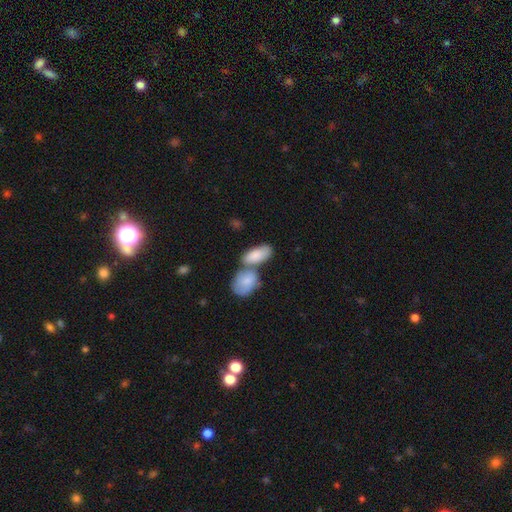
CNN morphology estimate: smooth_or_featured: smooth (p=0.82) [alt: featured or disk p=0.13]
how_rounded: in between (p=0.89) [alt: cigar-shaped p=0.07]
merging: merger (p=0.53) [alt: none p=0.33]